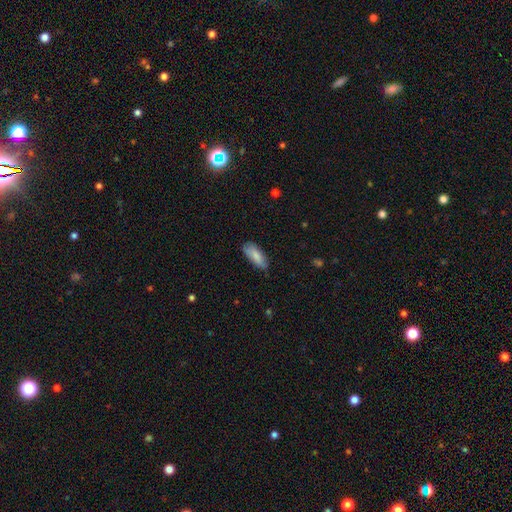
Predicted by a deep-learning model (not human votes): Smooth or featured: smooth — 82% (featured or disk — 12%)
How rounded: in between — 77% (cigar-shaped — 22%)
Merging: none — 72% (minor disturbance — 23%)